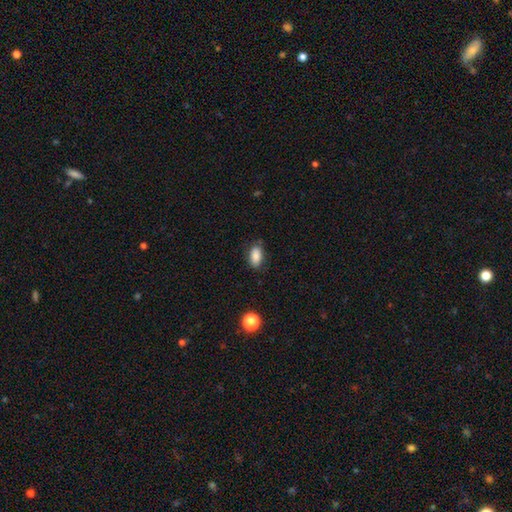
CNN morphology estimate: This is clearly a smooth galaxy (86%). How rounded: clearly in between (90%). Merging: clearly none (81%).